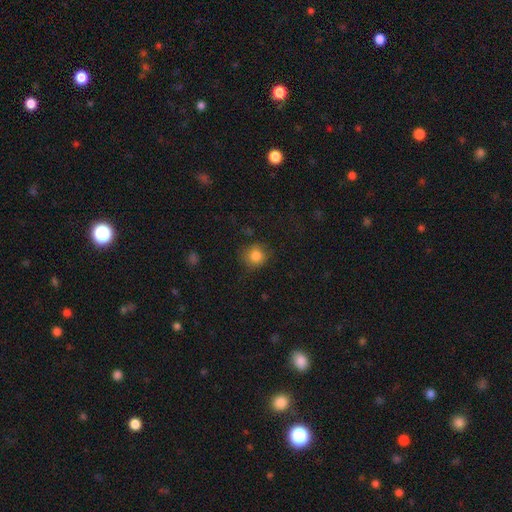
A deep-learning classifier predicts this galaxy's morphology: Smooth or featured? smooth (83%)
How rounded? round (89%)
Merging? none (83%)